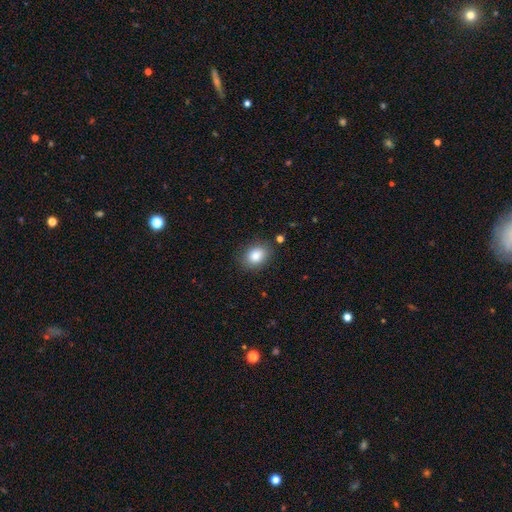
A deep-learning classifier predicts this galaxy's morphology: Smooth or featured: smooth — 85% (star or artifact — 9%)
How rounded: in between — 62% (round — 37%)
Merging: none — 84% (minor disturbance — 11%)